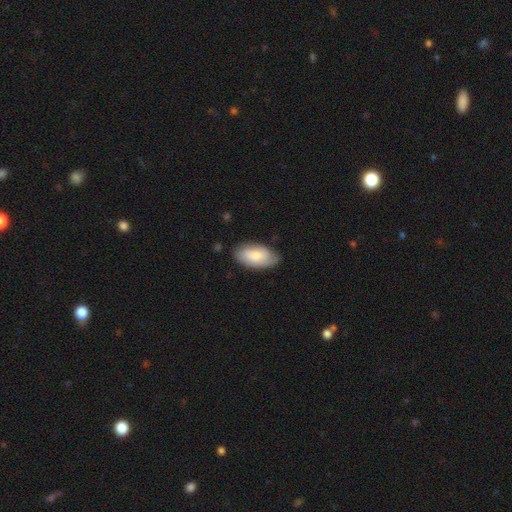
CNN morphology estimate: Overall: smooth (71%). How rounded: in between (94%). Merging: none (75%).